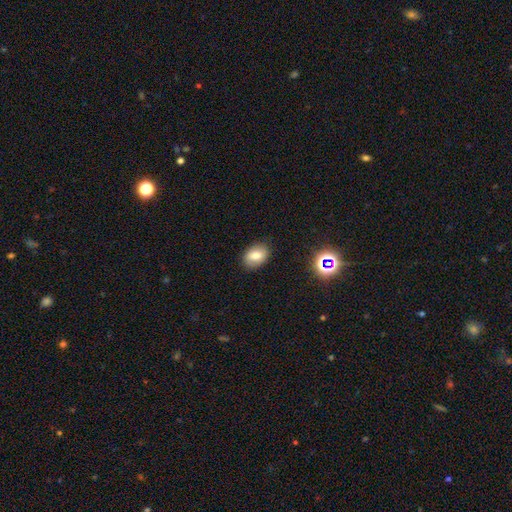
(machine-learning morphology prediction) Overall: smooth (77%). How rounded: in between (78%). Merging: none (86%).